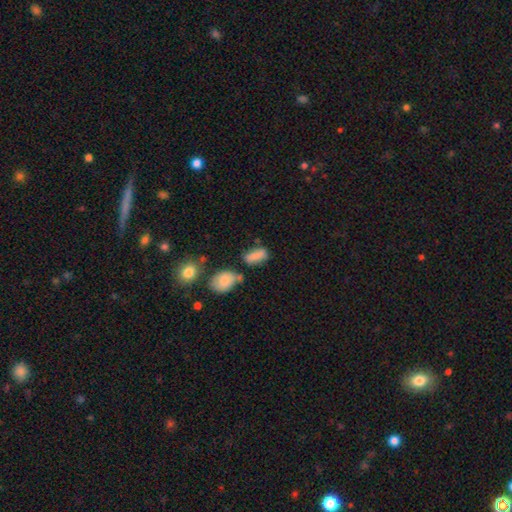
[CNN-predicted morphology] This is clearly a smooth galaxy (81%). How rounded: clearly in between (84%). Merging: possibly none (55%).